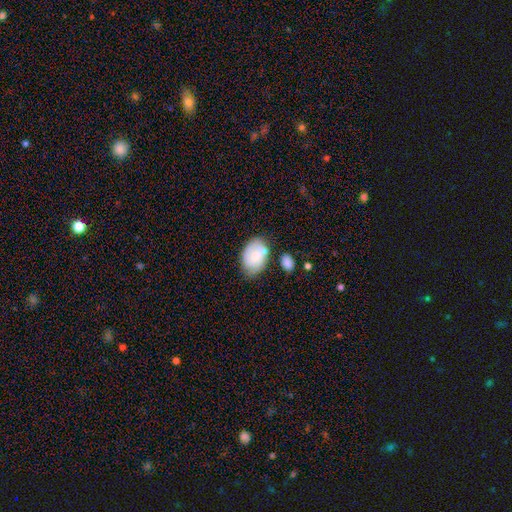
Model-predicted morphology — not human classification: Smooth or featured: smooth — 60% (featured or disk — 32%)
How rounded: in between — 83% (round — 16%)
Merging: none — 56% (minor disturbance — 25%)